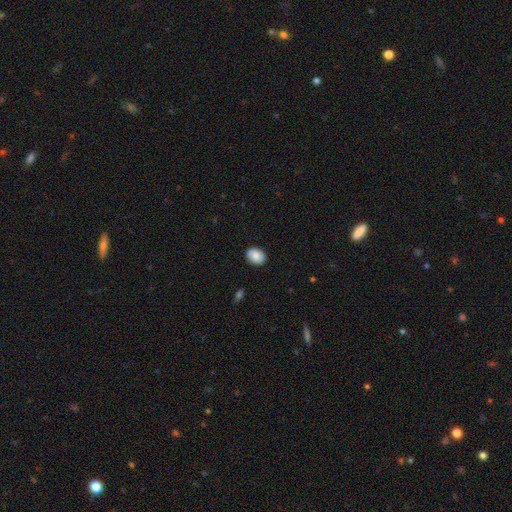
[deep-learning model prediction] Overall: smooth (81%). How rounded: in between (65%; round 34%). Merging: none (87%).